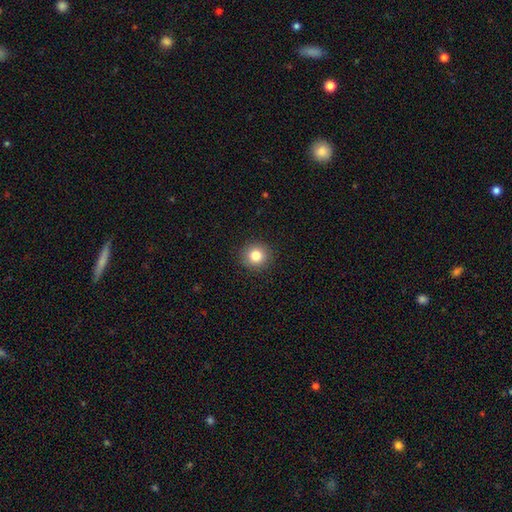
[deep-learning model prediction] Overall: smooth (83%). How rounded: round (92%). Merging: none (92%).